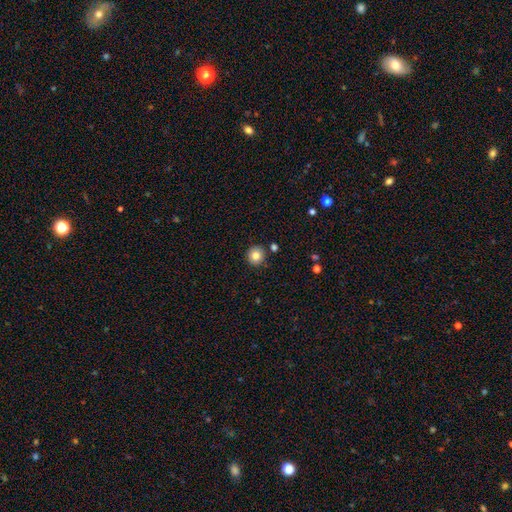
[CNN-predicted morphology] The model was most divided on "smooth or featured": smooth: 82%, star or artifact: 10%, featured or disk: 7%. More confident: how rounded — round (93%); merging — none (88%).